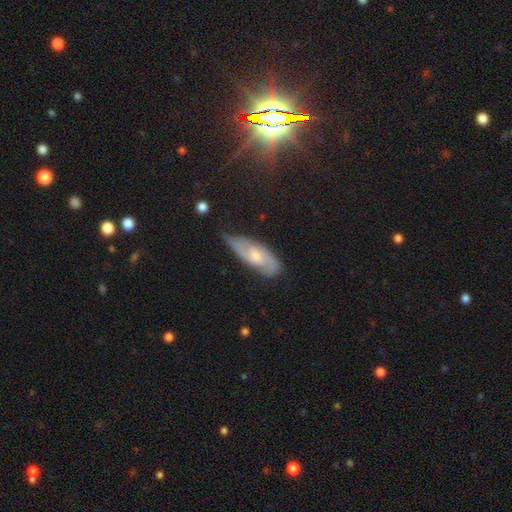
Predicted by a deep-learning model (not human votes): Morphology: type=featured or disk (61%); edge-on=no (84%); bar=no (62%); spiral arms=yes (86%); bulge=moderate (54%); merging=none (55%).